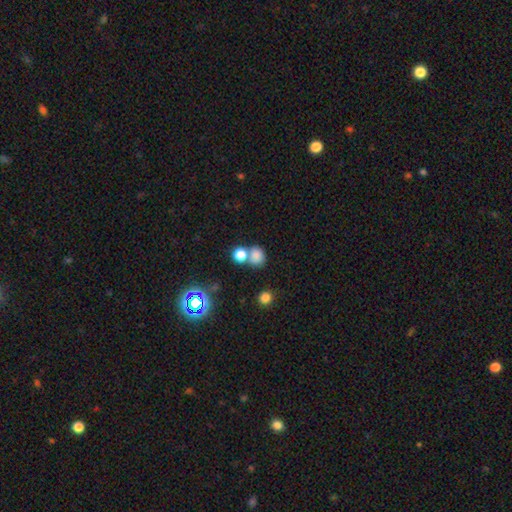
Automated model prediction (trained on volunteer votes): A smooth galaxy with no disk features (78%) that is round (72%).

Vote fractions:
- Smooth or featured? smooth: 78% / star or artifact: 15% / featured or disk: 7%
- How rounded? round: 72% / in between: 27% / cigar-shaped: 1%
- Merging? none: 49% / merger: 37% / minor disturbance: 9% / major disturbance: 4%